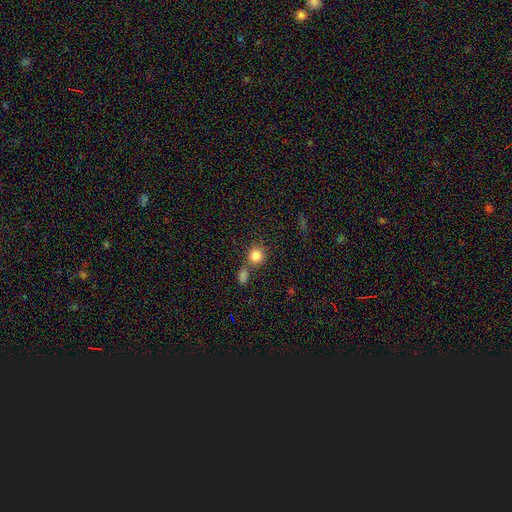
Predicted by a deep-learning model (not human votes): smooth 83%, star or artifact 11%, featured or disk 7%. Down the decision tree: how rounded — round (88%); merging — none (61%).